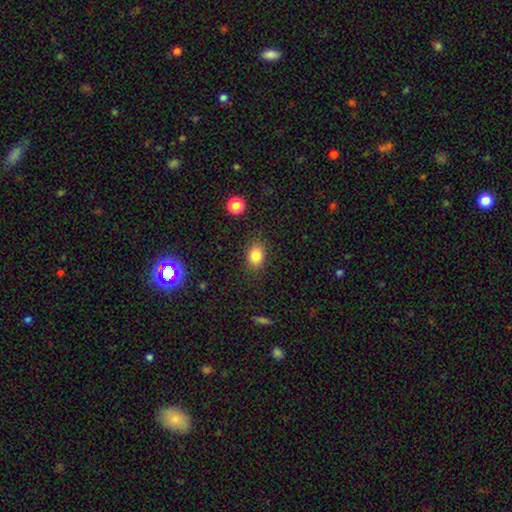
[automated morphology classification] smooth_or_featured: smooth (p=0.83) [alt: star or artifact p=0.11]
how_rounded: in between (p=0.65) [alt: round p=0.34]
merging: none (p=0.84) [alt: minor disturbance p=0.11]